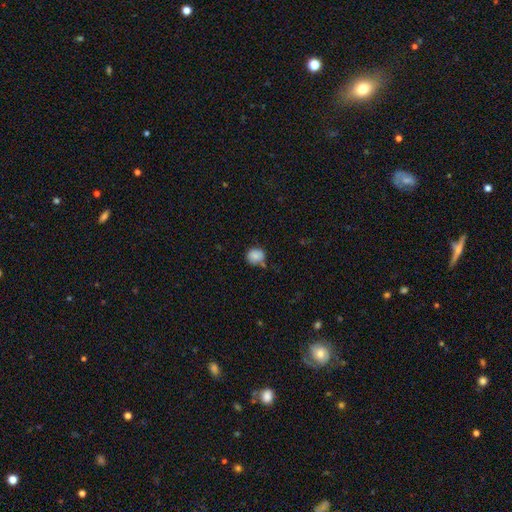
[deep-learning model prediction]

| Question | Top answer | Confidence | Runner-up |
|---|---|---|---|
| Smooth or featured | smooth | 85% | star or artifact (9%) |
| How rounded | round | 78% | in between (21%) |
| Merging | none | 66% | minor disturbance (22%) |